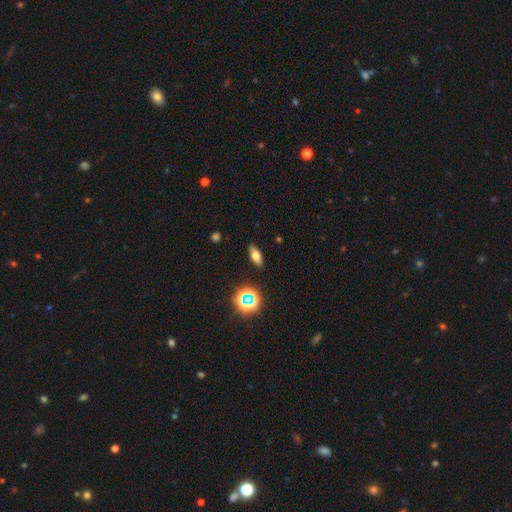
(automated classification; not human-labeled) Smooth or featured?
  - smooth: 62% *
  - featured or disk: 23%
  - star or artifact: 16%
How rounded?
  - in between: 68% *
  - cigar-shaped: 25%
  - round: 7%
Merging?
  - none: 87% *
  - minor disturbance: 9%
  - major disturbance: 2%
  - merger: 1%